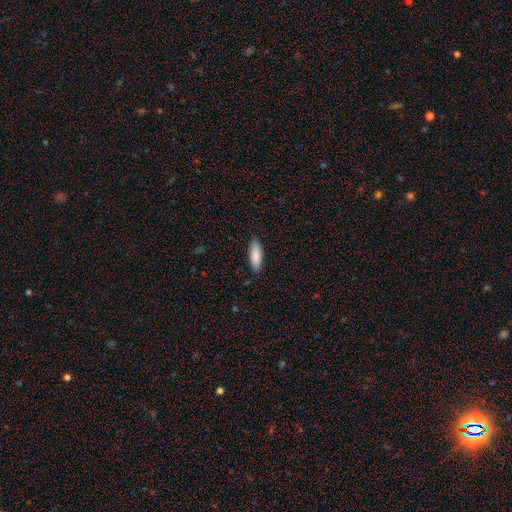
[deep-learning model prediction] smooth_or_featured: smooth (p=0.88) [alt: featured or disk p=0.06]
how_rounded: in between (p=0.63) [alt: cigar-shaped p=0.35]
merging: none (p=0.87) [alt: minor disturbance p=0.10]